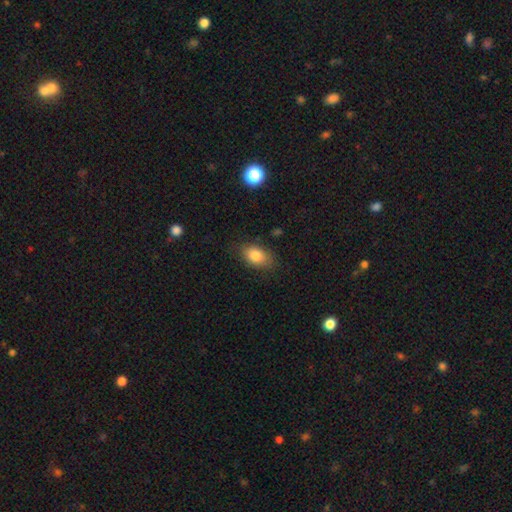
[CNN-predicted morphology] Smooth or featured? smooth (82%)
How rounded? in between (85%)
Merging? none (79%)